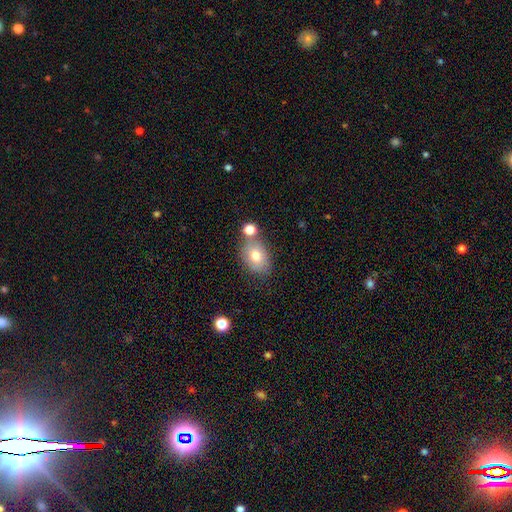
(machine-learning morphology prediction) Smooth or featured? Predicted: smooth (p=0.75). How rounded? Predicted: in between (p=0.75). Merging? Predicted: none (p=0.60).